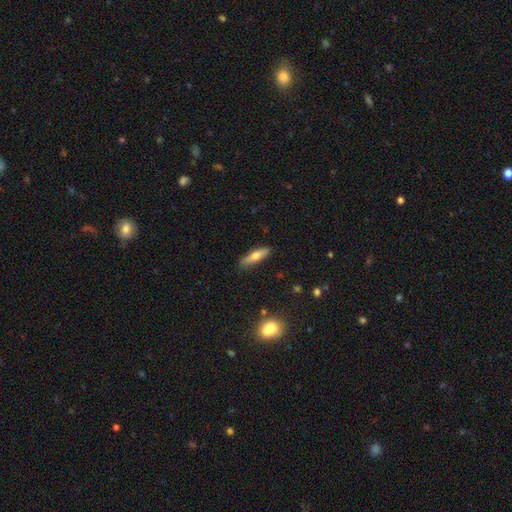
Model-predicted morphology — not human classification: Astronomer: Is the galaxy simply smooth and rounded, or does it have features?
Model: smooth — 59% (runner-up: featured or disk, 34%).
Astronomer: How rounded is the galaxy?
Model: cigar-shaped — 70%.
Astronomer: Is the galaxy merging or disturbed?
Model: none — 86%.